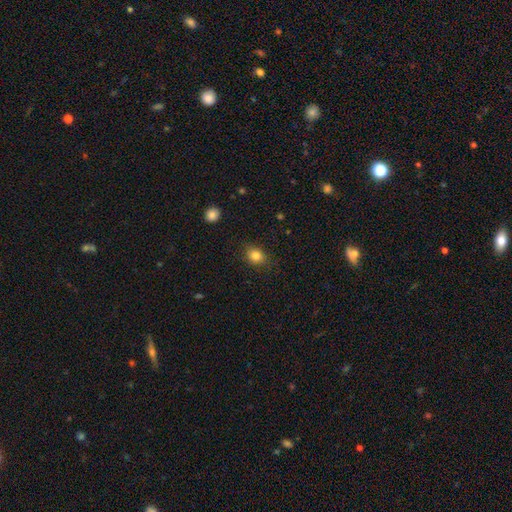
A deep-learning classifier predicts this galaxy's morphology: type=smooth (83%); roundness=round (51%); merging=none (83%).